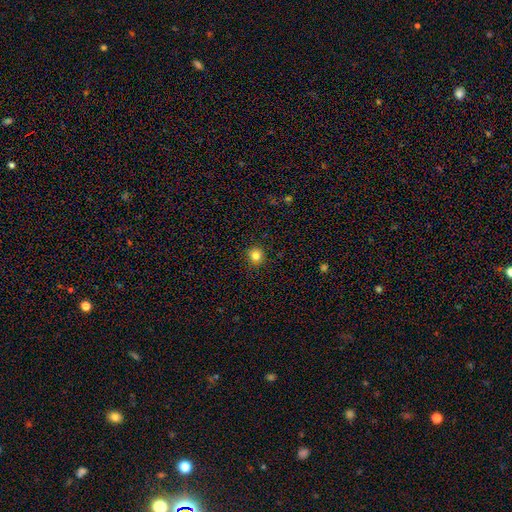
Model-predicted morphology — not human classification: This is clearly a smooth galaxy (83%). How rounded: clearly round (93%). Merging: clearly none (91%).